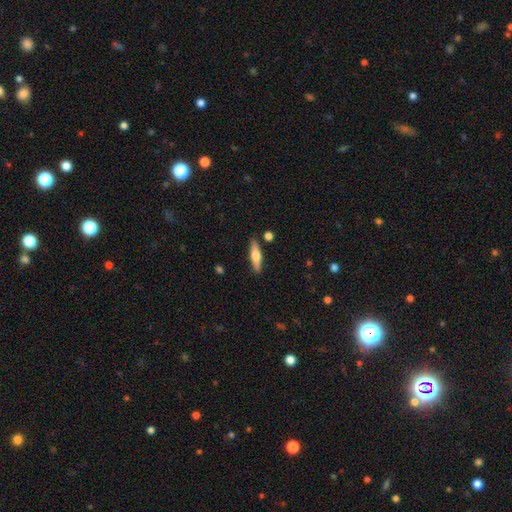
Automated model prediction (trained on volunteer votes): smooth-or-featured: smooth: 54% | featured or disk: 40% | star or artifact: 6%
  how-rounded: cigar-shaped: 69% | in between: 29% | round: 2%
  merging: none: 87% | minor disturbance: 9% | merger: 3% | major disturbance: 2%